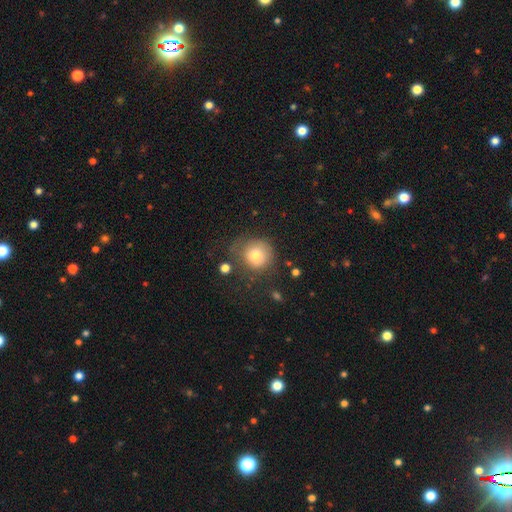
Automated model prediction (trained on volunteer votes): smooth-or-featured: smooth: 77% | featured or disk: 13% | star or artifact: 10%
  how-rounded: round: 88% | in between: 11% | cigar-shaped: 1%
  merging: none: 57% | minor disturbance: 24% | major disturbance: 14% | merger: 4%